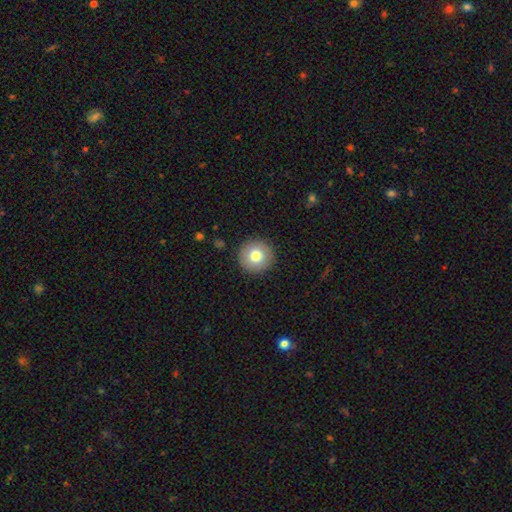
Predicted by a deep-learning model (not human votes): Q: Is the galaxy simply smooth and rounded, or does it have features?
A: smooth — 77%.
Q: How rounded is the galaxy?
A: round — 96%.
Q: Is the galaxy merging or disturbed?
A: none — 92%.